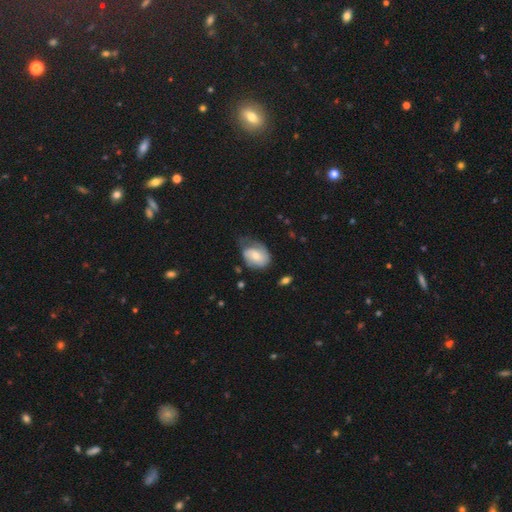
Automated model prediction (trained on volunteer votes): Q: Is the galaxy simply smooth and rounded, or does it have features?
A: smooth — 54%.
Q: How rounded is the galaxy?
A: in between — 69%.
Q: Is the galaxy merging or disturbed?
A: minor disturbance — 39%.